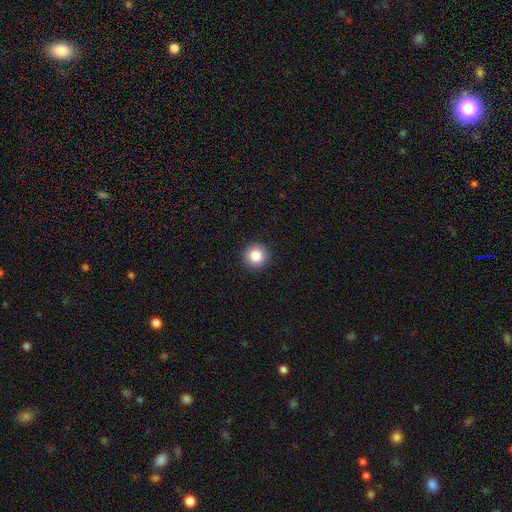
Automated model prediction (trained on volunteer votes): The model was most divided on "smooth or featured": smooth: 86%, star or artifact: 10%, featured or disk: 5%. More confident: how rounded — round (96%); merging — none (93%).